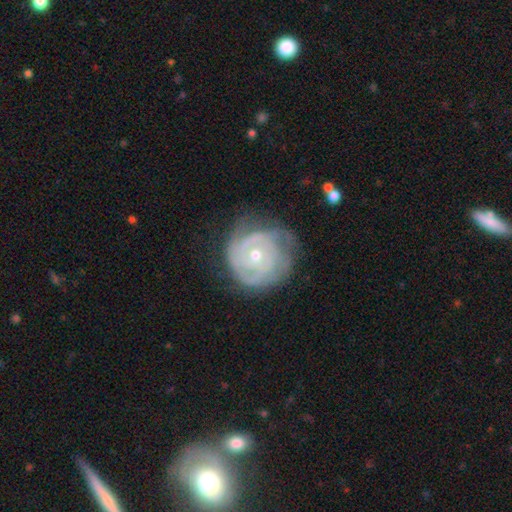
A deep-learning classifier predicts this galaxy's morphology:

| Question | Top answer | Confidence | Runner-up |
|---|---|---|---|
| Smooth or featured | featured or disk | 81% | smooth (13%) |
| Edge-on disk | no | 97% | yes (3%) |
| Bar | no | 78% | weak (18%) |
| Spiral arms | yes | 91% | no (9%) |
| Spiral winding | tight | 73% | medium (22%) |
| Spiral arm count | can't tell | 35% | 3 (24%) |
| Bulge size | small | 58% | moderate (39%) |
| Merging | none | 62% | minor disturbance (25%) |